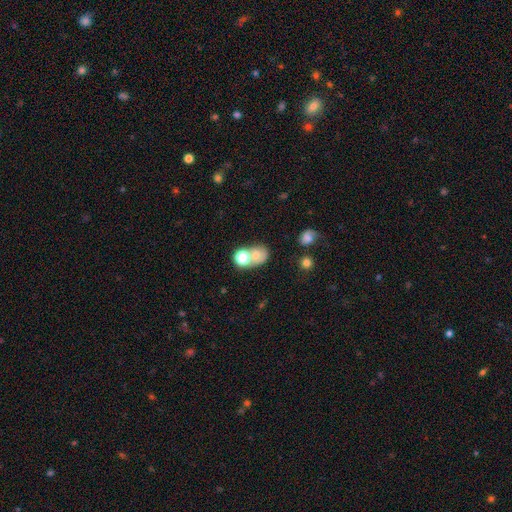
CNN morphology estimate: A smooth galaxy with no disk features (66%) that is in between round and cigar-shaped (54%).

Vote fractions:
- Smooth or featured? smooth: 66% / featured or disk: 19% / star or artifact: 15%
- How rounded? in between: 54% / round: 45% / cigar-shaped: 1%
- Merging? merger: 45% / none: 34% / minor disturbance: 13% / major disturbance: 9%